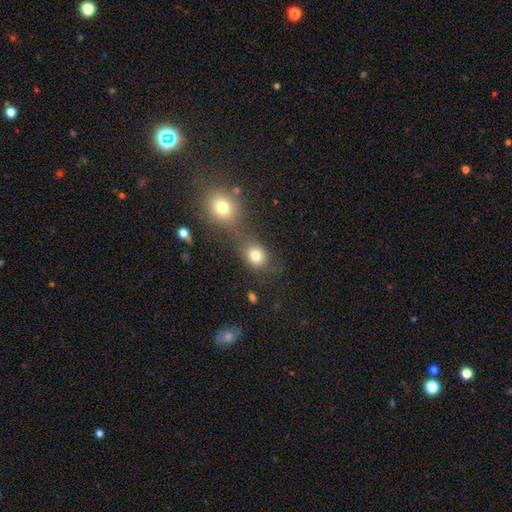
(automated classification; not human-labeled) Smooth or featured? smooth (78%)
How rounded? round (71%)
Merging? none (43%)